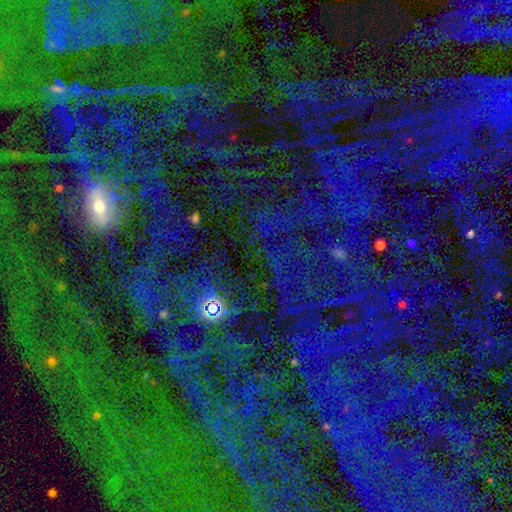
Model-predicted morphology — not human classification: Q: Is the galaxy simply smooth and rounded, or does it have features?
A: star or artifact — 71%.